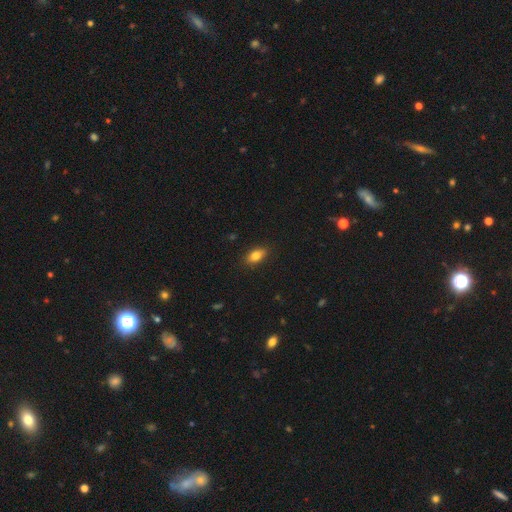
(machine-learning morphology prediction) Smooth or featured: smooth — 82% (featured or disk — 10%)
How rounded: in between — 85% (round — 8%)
Merging: none — 87% (minor disturbance — 10%)